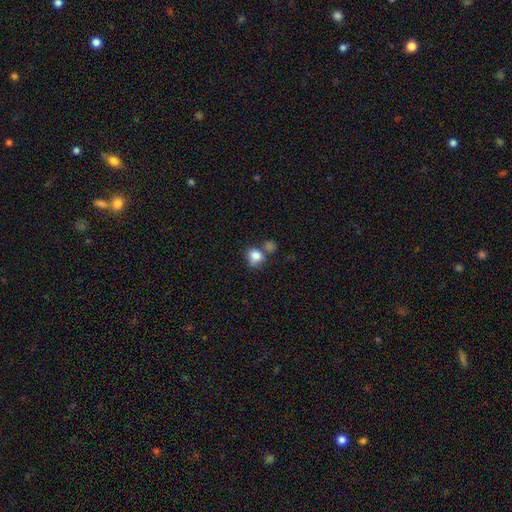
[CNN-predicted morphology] This is clearly a smooth galaxy (82%). How rounded: likely round (65%). Merging: possibly none (45%).